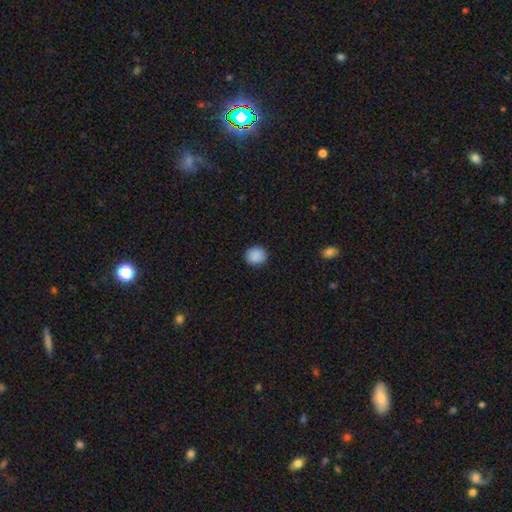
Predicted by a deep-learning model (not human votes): Smooth or featured?
  - smooth: 89% *
  - star or artifact: 8%
  - featured or disk: 2%
How rounded?
  - round: 83% *
  - in between: 16%
  - cigar-shaped: 1%
Merging?
  - none: 90% *
  - minor disturbance: 7%
  - major disturbance: 2%
  - merger: 1%